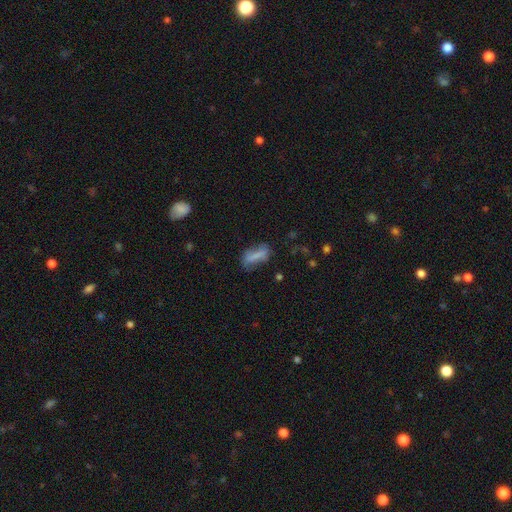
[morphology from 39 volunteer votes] A smooth galaxy with no disk features (64%) that is in between round and cigar-shaped (60%).

Vote fractions:
- Smooth or featured? smooth: 64% / featured or disk: 33% / star or artifact: 3%
- How rounded? in between: 60% / cigar-shaped: 40% / round: 0%
- Merging? none: 61% / minor disturbance: 18% / major disturbance: 11% / merger: 11%